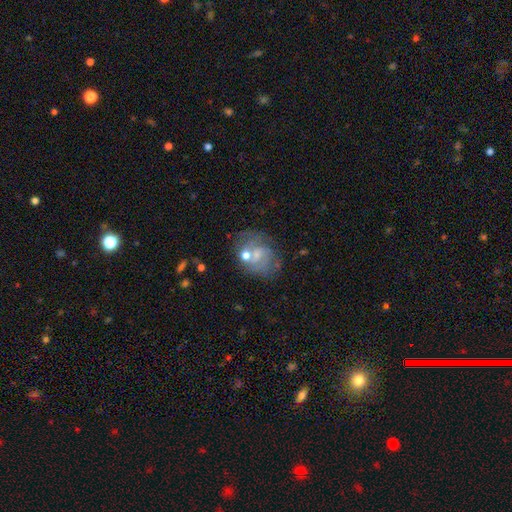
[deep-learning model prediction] This is possibly a featured or disk galaxy (52%). It is clearly not viewed edge-on (96%). Bar: possibly no (60%). Spiral arm pattern: possibly yes (60%). Central bulge: possibly small (51%). Merging: possibly none (59%).